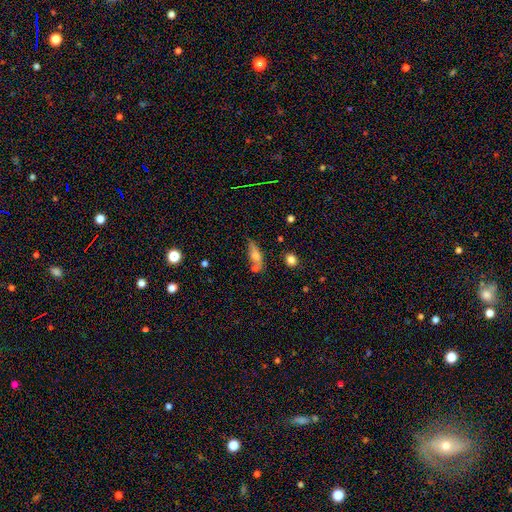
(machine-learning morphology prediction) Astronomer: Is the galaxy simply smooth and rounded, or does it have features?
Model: smooth — 59%.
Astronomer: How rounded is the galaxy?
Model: in between — 52% (runner-up: cigar-shaped, 43%).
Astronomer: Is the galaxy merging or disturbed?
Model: none — 54%.